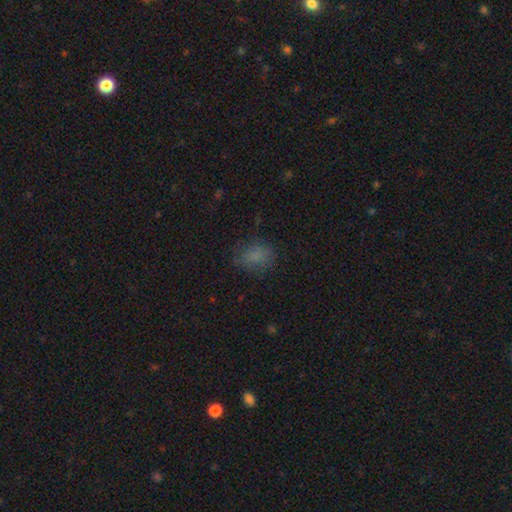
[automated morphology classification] Smooth or featured?
  - smooth: 77% *
  - star or artifact: 14%
  - featured or disk: 9%
How rounded?
  - in between: 57% *
  - round: 42%
  - cigar-shaped: 1%
Merging?
  - none: 72% *
  - minor disturbance: 19%
  - major disturbance: 8%
  - merger: 1%